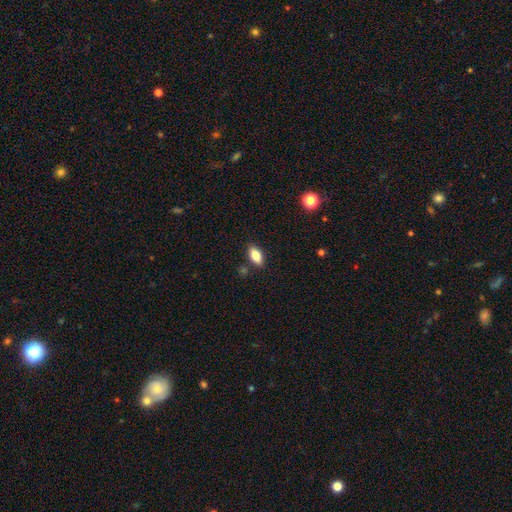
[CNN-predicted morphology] A smooth galaxy with no disk features (79%) that is in between round and cigar-shaped (88%).

Vote fractions:
- Smooth or featured? smooth: 79% / featured or disk: 13% / star or artifact: 8%
- How rounded? in between: 88% / cigar-shaped: 8% / round: 4%
- Merging? none: 84% / minor disturbance: 11% / merger: 3% / major disturbance: 2%